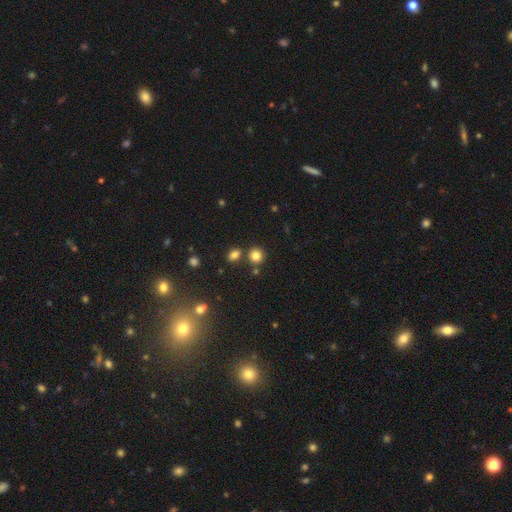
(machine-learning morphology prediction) smooth_or_featured: smooth (p=0.82) [alt: star or artifact p=0.13]
how_rounded: round (p=0.86) [alt: in between p=0.13]
merging: none (p=0.75) [alt: merger p=0.13]